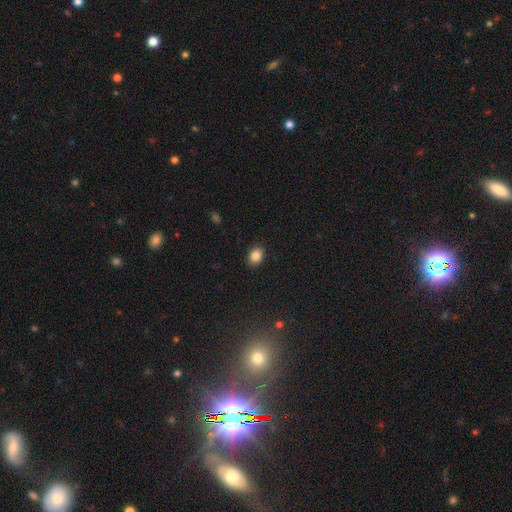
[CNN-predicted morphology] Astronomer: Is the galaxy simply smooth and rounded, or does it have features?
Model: smooth — 86%.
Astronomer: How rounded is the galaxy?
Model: in between — 63%.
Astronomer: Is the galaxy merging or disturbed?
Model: none — 87%.